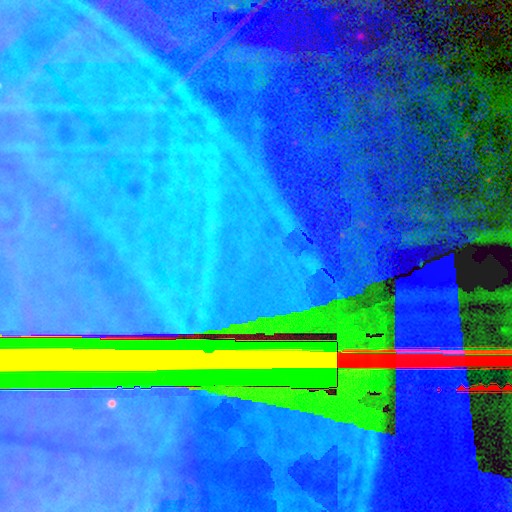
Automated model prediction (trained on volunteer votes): Smooth or featured? star or artifact (88%)